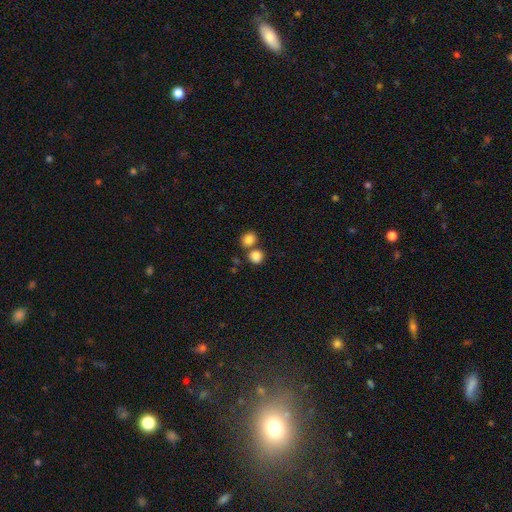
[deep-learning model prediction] smooth 85%, star or artifact 10%, featured or disk 5%. Down the decision tree: how rounded — round (82%); merging — none (56%).